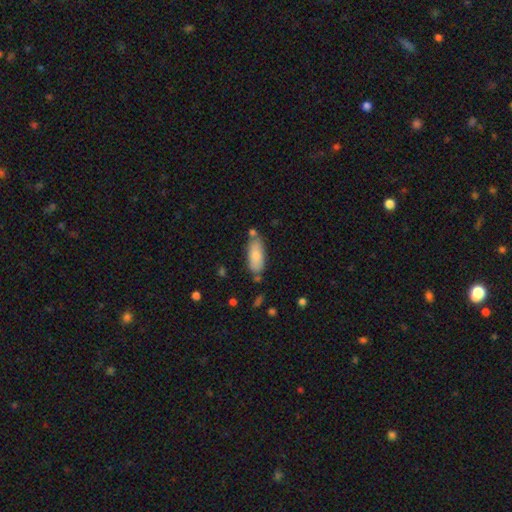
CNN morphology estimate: Q: Smooth or featured?
A: smooth (80%); runner-up: featured or disk (13%)
Q: How rounded?
A: in between (80%); runner-up: cigar-shaped (18%)
Q: Merging?
A: none (67%); runner-up: minor disturbance (19%)